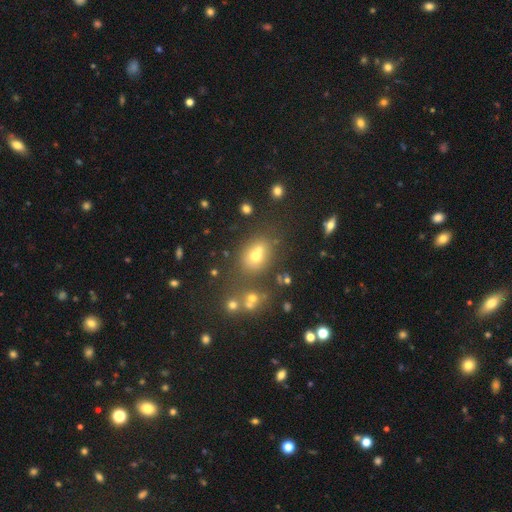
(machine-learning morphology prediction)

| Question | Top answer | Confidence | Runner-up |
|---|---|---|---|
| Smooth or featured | smooth | 59% | star or artifact (23%) |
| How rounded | round | 53% | in between (46%) |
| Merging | none | 53% | merger (29%) |